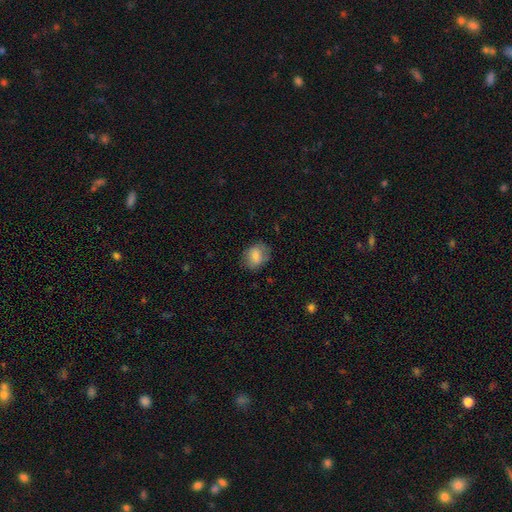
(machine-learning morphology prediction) smooth-or-featured: smooth: 79% | featured or disk: 13% | star or artifact: 8%
  how-rounded: in between: 56% | round: 43% | cigar-shaped: 1%
  merging: none: 71% | minor disturbance: 20% | major disturbance: 7% | merger: 1%